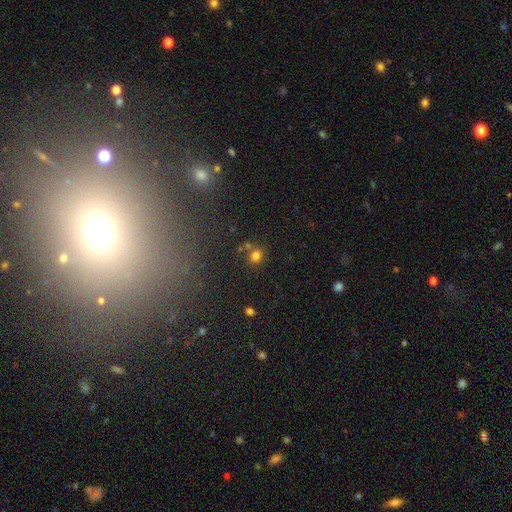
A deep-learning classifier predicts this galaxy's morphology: smooth_or_featured: smooth (p=0.76) [alt: star or artifact p=0.17]
how_rounded: round (p=0.79) [alt: in between p=0.20]
merging: none (p=0.70) [alt: merger p=0.16]